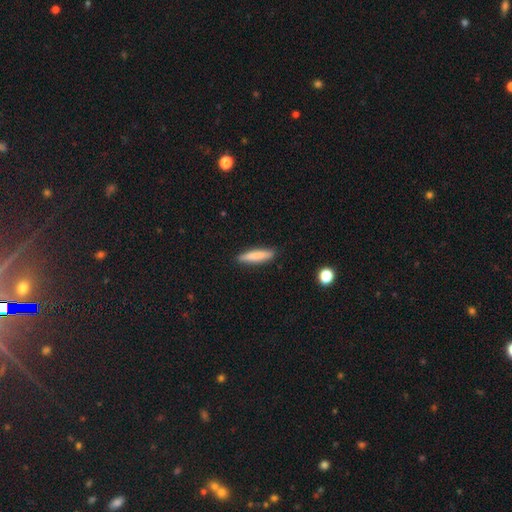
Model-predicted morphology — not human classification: smooth_or_featured: smooth (p=0.81) [alt: featured or disk p=0.13]
how_rounded: cigar-shaped (p=0.85) [alt: in between p=0.13]
merging: none (p=0.89) [alt: minor disturbance p=0.08]